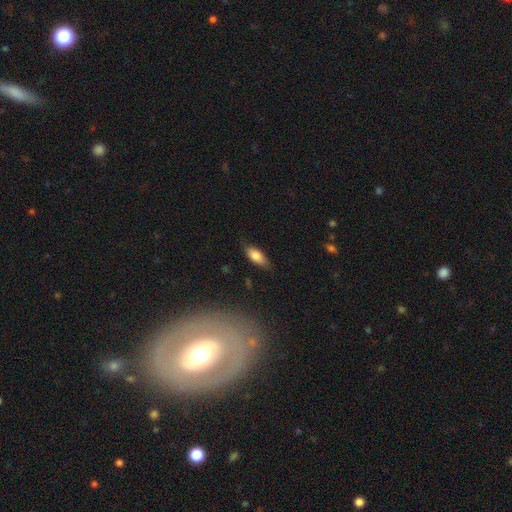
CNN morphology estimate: type=smooth (81%); roundness=in between (83%); merging=none (80%).